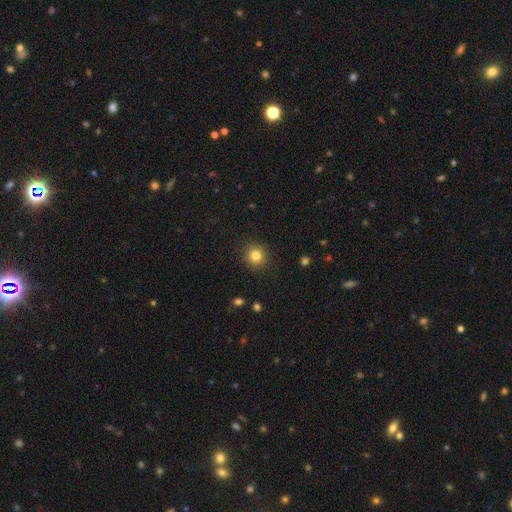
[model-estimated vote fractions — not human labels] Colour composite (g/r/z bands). It shows a smooth galaxy with no disk features (82%) that is round (92%). Merging: none (91%).